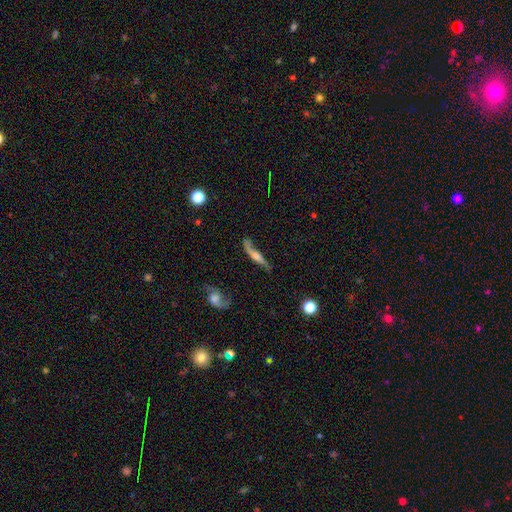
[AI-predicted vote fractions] Morphology: type=featured or disk (61%); edge-on=yes (57%); merging=none (54%).